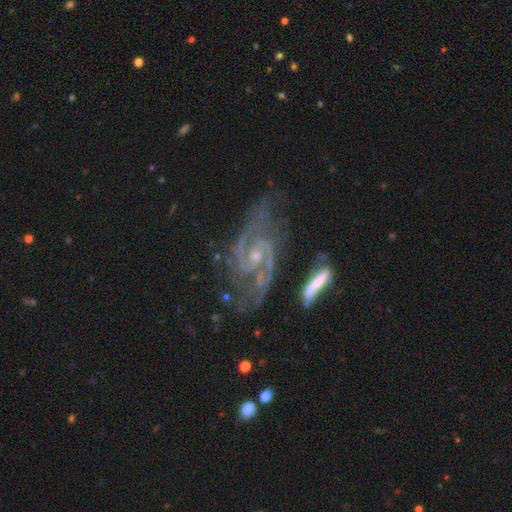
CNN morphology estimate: featured or disk 89%, star or artifact 7%, smooth 4%. Down the decision tree: edge-on disk — no (95%); bar — no (47%); spiral arms — yes (97%); spiral arm count — 2 (72%); spiral winding — medium (52%); bulge size — small (70%); merging — none (59%).